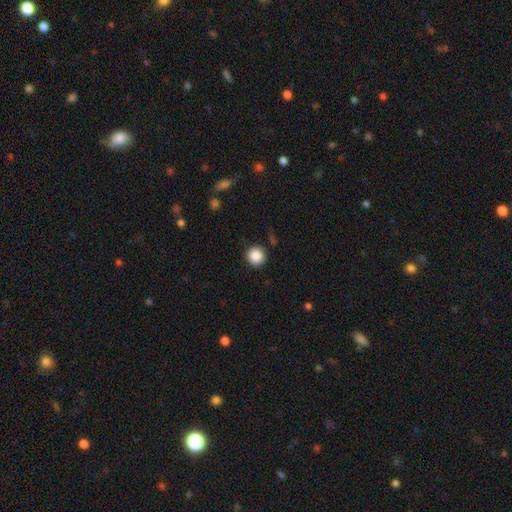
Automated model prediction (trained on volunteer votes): smooth 87%, star or artifact 9%, featured or disk 4%. Down the decision tree: how rounded — round (94%); merging — none (90%).